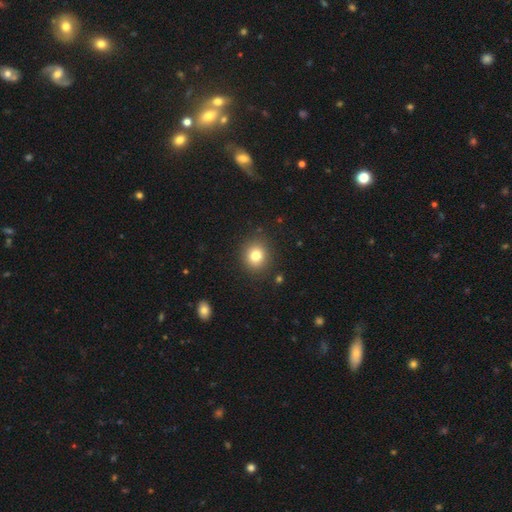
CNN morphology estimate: smooth_or_featured: smooth (p=0.80) [alt: star or artifact p=0.12]
how_rounded: round (p=0.83) [alt: in between p=0.16]
merging: none (p=0.89) [alt: minor disturbance p=0.07]